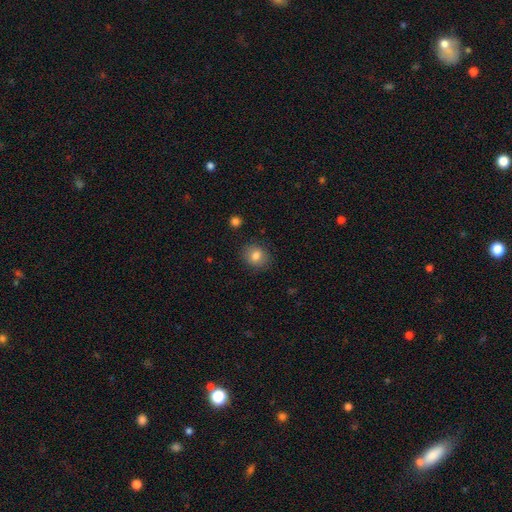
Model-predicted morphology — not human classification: A smooth galaxy with no disk features (81%) that is round (71%). Merging: none (86%).